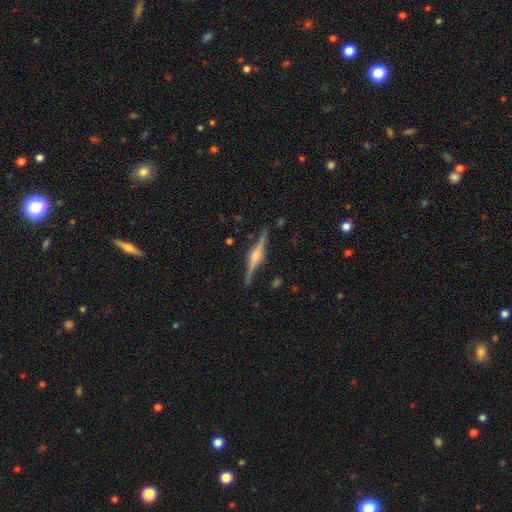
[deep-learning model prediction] Q: Smooth or featured?
A: featured or disk (80%); runner-up: smooth (14%)
Q: Edge-on disk?
A: yes (98%); runner-up: no (2%)
Q: Edge-on bulge?
A: rounded (76%); runner-up: boxy (20%)
Q: Merging?
A: none (86%); runner-up: minor disturbance (10%)